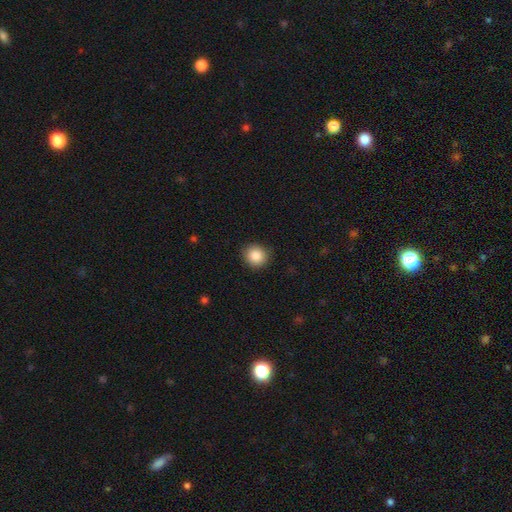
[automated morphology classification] Smooth or featured? Predicted: smooth (p=0.87). How rounded? Predicted: round (p=0.89). Merging? Predicted: none (p=0.90).